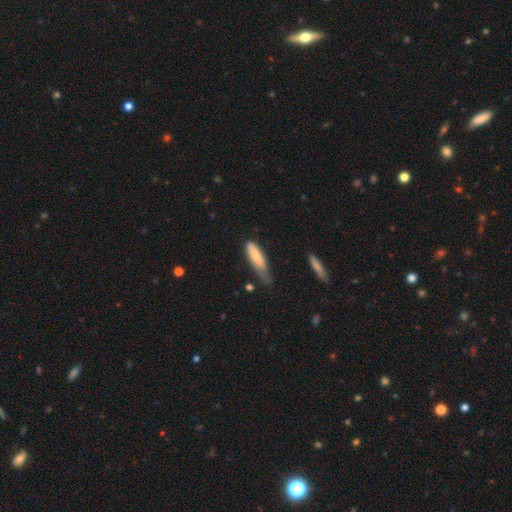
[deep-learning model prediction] Overall: smooth (72%). How rounded: cigar-shaped (53%; in between 45%). Merging: minor disturbance (46%; none 30%).